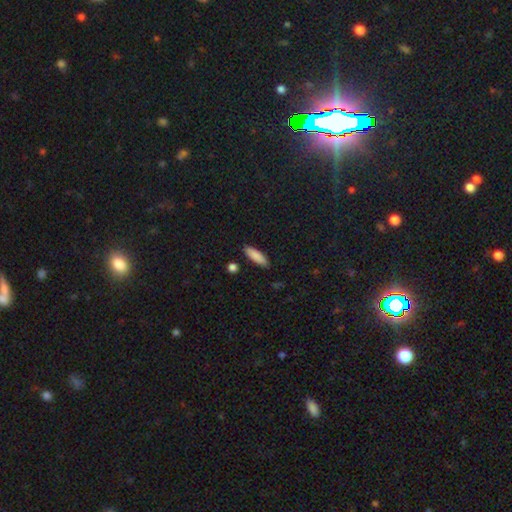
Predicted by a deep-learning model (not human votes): Morphology: type=smooth (87%); roundness=cigar-shaped (51%); merging=none (87%).